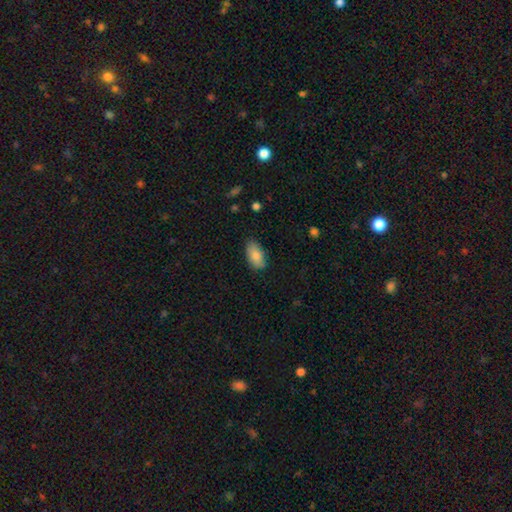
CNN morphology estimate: smooth-or-featured: smooth: 85% | featured or disk: 8% | star or artifact: 7%
  how-rounded: in between: 92% | cigar-shaped: 4% | round: 3%
  merging: none: 81% | minor disturbance: 15% | major disturbance: 3% | merger: 1%